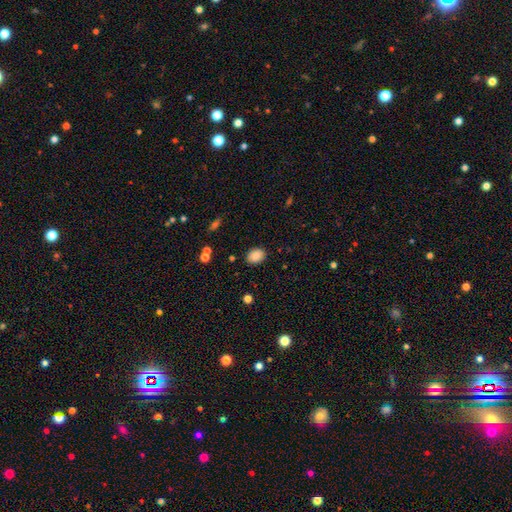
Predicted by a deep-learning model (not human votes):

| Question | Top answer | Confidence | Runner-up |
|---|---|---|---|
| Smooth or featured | smooth | 85% | star or artifact (9%) |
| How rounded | in between | 67% | round (32%) |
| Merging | none | 87% | minor disturbance (9%) |